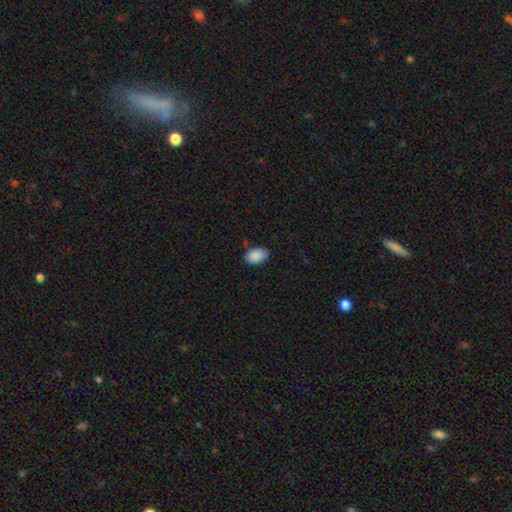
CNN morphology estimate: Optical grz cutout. It shows a smooth galaxy with no disk features (89%) that is in between round and cigar-shaped (88%). Merging: none (81%).